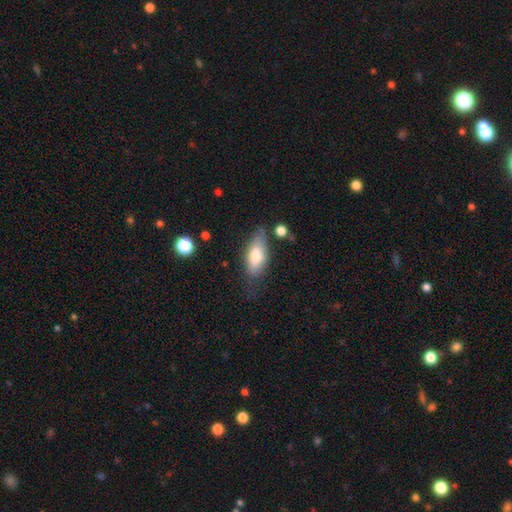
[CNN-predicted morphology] A smooth galaxy with no disk features (73%) that is in between round and cigar-shaped (83%).

Vote fractions:
- Smooth or featured? smooth: 73% / featured or disk: 21% / star or artifact: 7%
- How rounded? in between: 83% / cigar-shaped: 15% / round: 3%
- Merging? none: 58% / minor disturbance: 28% / major disturbance: 10% / merger: 4%